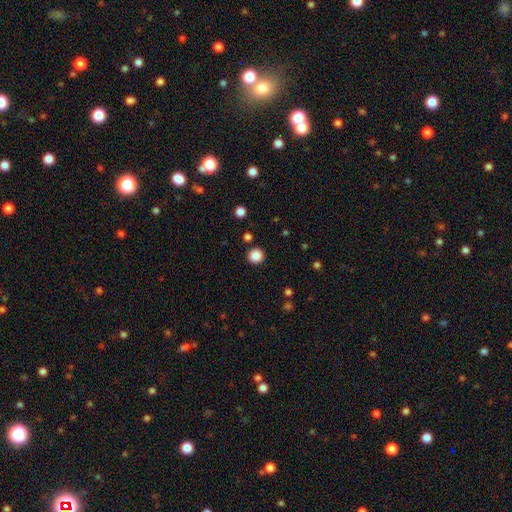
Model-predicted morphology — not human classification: This appears to be a smooth galaxy with no disk features (86%) that is round (94%). Merging: none (91%).